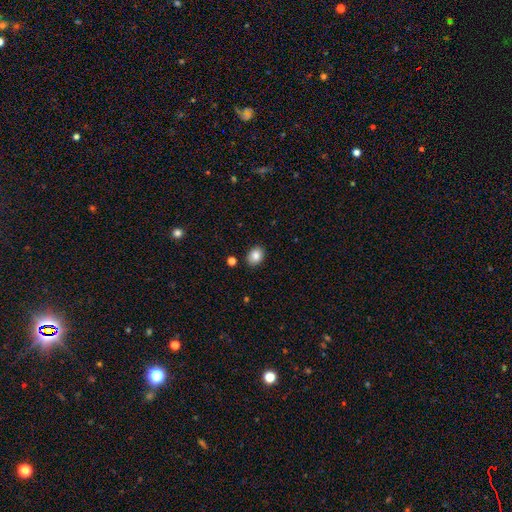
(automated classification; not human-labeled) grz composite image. It shows a smooth galaxy with no disk features (85%) that is in between round and cigar-shaped (62%). Merging: none (87%).